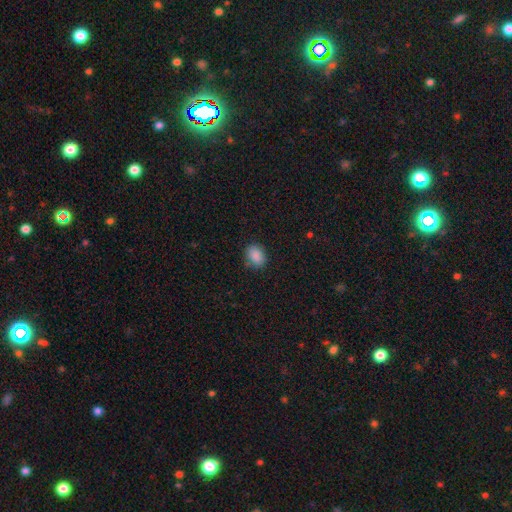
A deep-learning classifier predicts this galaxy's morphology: Smooth or featured?
  - smooth: 88% *
  - star or artifact: 8%
  - featured or disk: 3%
How rounded?
  - in between: 65% *
  - round: 33%
  - cigar-shaped: 1%
Merging?
  - none: 84% *
  - minor disturbance: 12%
  - major disturbance: 3%
  - merger: 1%